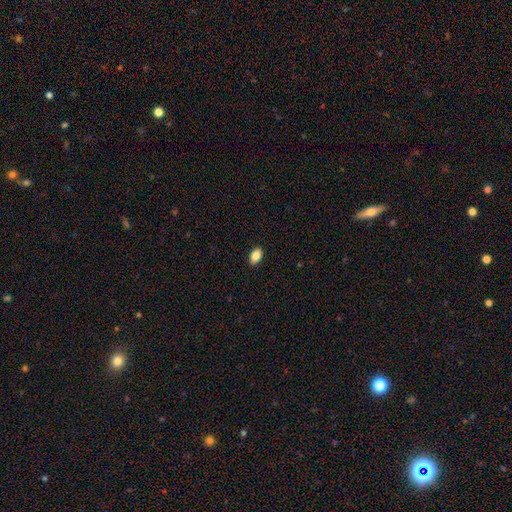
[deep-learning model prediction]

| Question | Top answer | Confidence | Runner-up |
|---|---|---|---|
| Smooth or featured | smooth | 86% | star or artifact (8%) |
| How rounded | in between | 89% | round (8%) |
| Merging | none | 89% | minor disturbance (8%) |